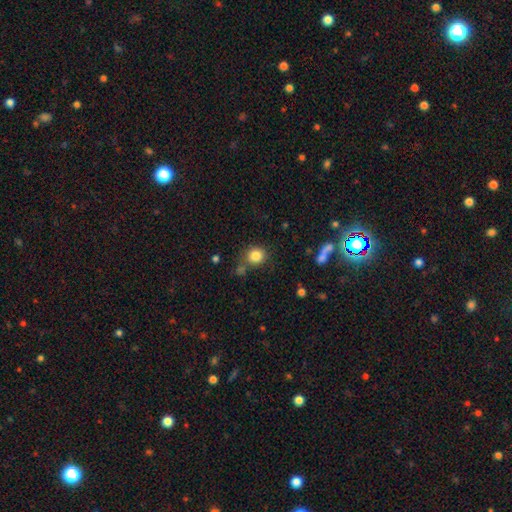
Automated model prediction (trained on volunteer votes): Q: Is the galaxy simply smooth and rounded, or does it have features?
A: smooth — 84%.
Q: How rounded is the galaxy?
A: round — 84%.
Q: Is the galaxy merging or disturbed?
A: none — 74%.